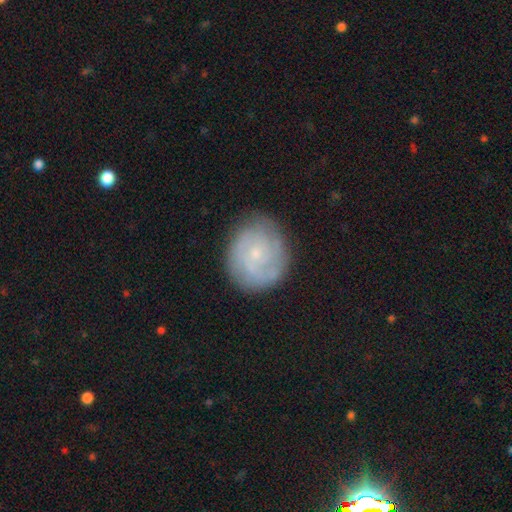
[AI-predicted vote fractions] Smooth or featured?
  - featured or disk: 63% *
  - smooth: 30%
  - star or artifact: 8%
Edge-on disk?
  - no: 98% *
  - yes: 2%
Bar?
  - no: 74% *
  - weak: 23%
  - strong: 3%
Spiral arms?
  - yes: 86% *
  - no: 14%
Spiral winding?
  - tight: 61% *
  - medium: 29%
  - loose: 9%
Spiral arm count?
  - can't tell: 40% *
  - 2: 28%
  - 3: 16%
  - 4: 6%
  - 1: 5%
  - more than 4: 4%
Bulge size?
  - small: 77% *
  - moderate: 17%
  - none: 4%
  - large: 1%
  - dominant: 1%
Merging?
  - none: 79% *
  - minor disturbance: 15%
  - major disturbance: 5%
  - merger: 1%